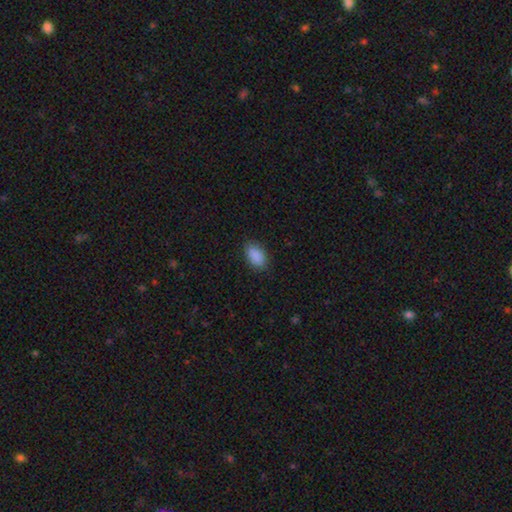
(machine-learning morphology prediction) Smooth or featured: smooth — 90% (star or artifact — 7%)
How rounded: in between — 92% (round — 6%)
Merging: none — 85% (minor disturbance — 11%)